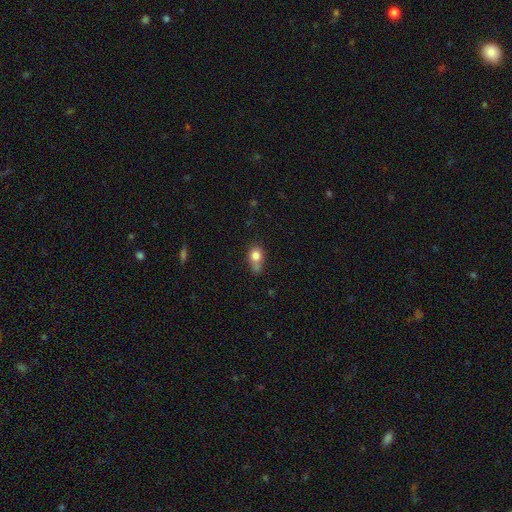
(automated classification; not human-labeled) A smooth galaxy with no disk features (79%) that is in between round and cigar-shaped (50%).

Vote fractions:
- Smooth or featured? smooth: 79% / featured or disk: 11% / star or artifact: 10%
- How rounded? in between: 50% / round: 47% / cigar-shaped: 3%
- Merging? none: 40% / minor disturbance: 31% / merger: 17% / major disturbance: 12%